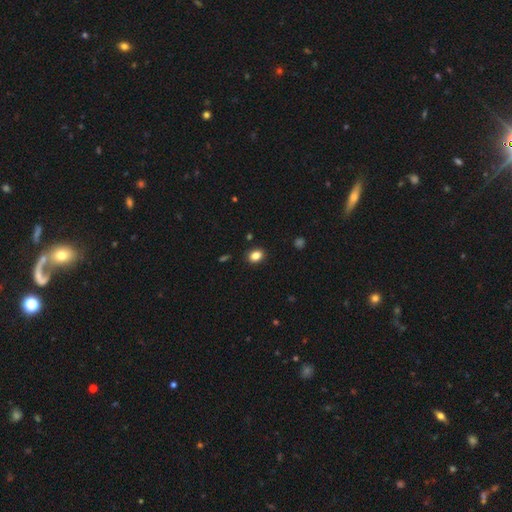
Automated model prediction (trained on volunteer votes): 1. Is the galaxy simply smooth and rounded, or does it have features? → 84% smooth, 10% star or artifact, 5% featured or disk.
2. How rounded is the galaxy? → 59% in between, 40% round, 1% cigar-shaped.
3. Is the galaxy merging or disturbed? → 89% none, 8% minor disturbance, 2% major disturbance, 1% merger.